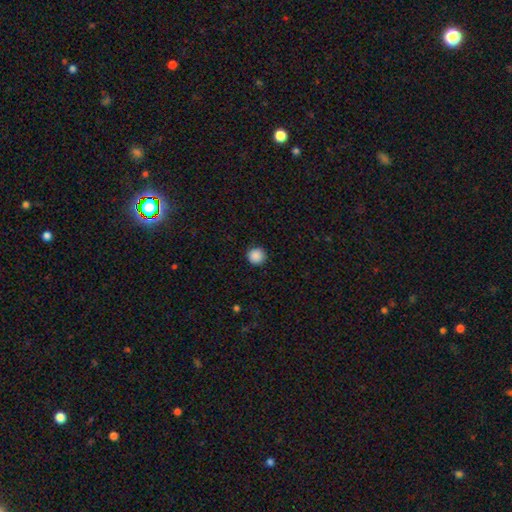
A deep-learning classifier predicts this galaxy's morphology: smooth 88%, star or artifact 9%, featured or disk 2%. Down the decision tree: how rounded — round (95%); merging — none (92%).